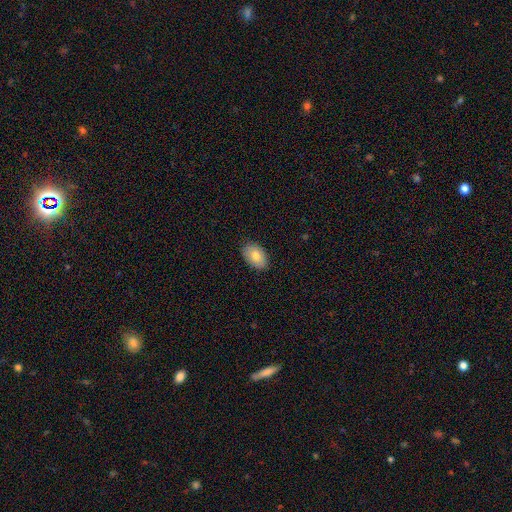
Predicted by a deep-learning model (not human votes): smooth 80%, featured or disk 13%, star or artifact 7%. Down the decision tree: how rounded — in between (90%); merging — none (87%).